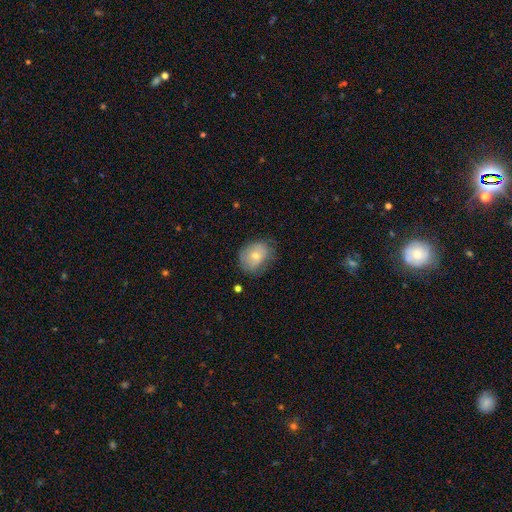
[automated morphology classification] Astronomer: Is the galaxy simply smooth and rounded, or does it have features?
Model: smooth — 63%.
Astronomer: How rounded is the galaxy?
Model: round — 50% (runner-up: in between, 49%).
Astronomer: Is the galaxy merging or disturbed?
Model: none — 65%.